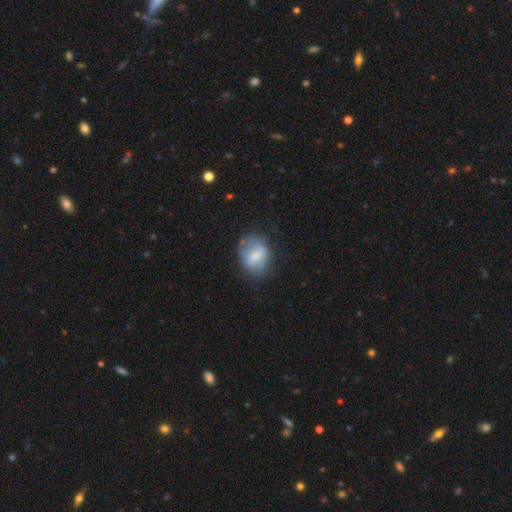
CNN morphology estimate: Smooth or featured? Predicted: smooth (p=0.59). How rounded? Predicted: in between (p=0.55). Merging? Predicted: none (p=0.53).